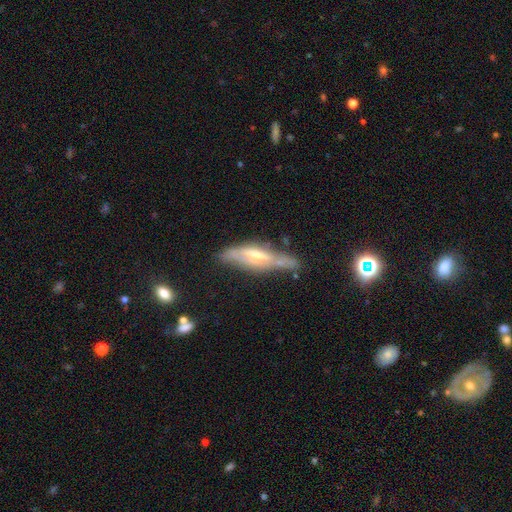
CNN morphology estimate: smooth_or_featured: featured or disk (p=0.66) [alt: smooth p=0.27]
disk_edge_on: yes (p=0.76) [alt: no p=0.24]
edge_on_bulge: rounded (p=0.57) [alt: boxy p=0.28]
merging: none (p=0.59) [alt: minor disturbance p=0.26]